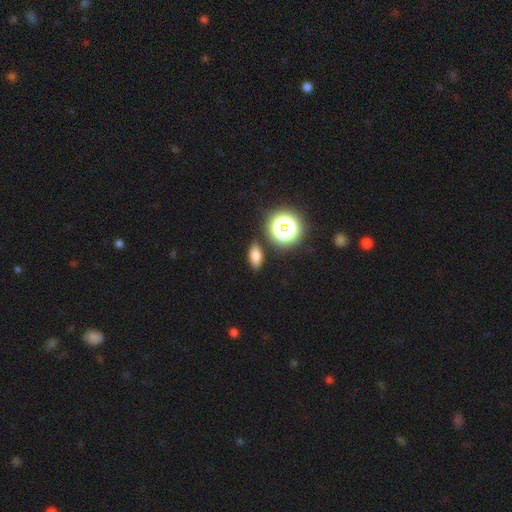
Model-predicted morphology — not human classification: This appears to be a smooth galaxy with no disk features (68%) that is in between round and cigar-shaped (76%). Merging: none (85%).